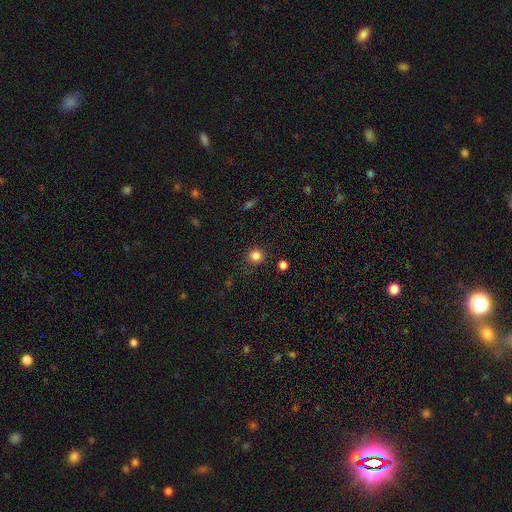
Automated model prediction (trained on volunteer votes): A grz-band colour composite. It shows a smooth galaxy with no disk features (83%) that is round (91%). Merging: none (85%).